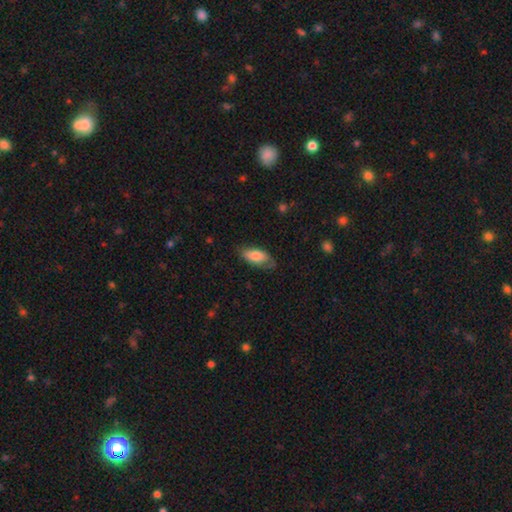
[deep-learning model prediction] Overall: smooth (72%). How rounded: in between (87%). Merging: none (61%; minor disturbance 28%).